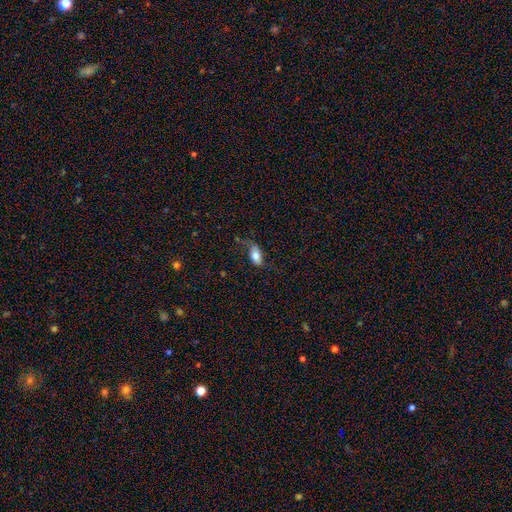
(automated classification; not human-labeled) This is likely a smooth galaxy (73%). How rounded: clearly in between (89%). Merging: possibly none (54%).